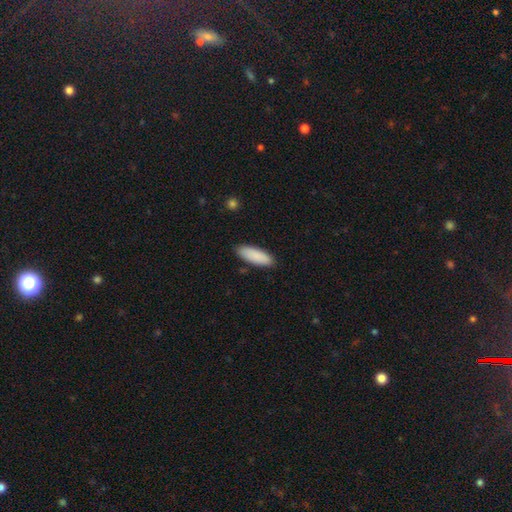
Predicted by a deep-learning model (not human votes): Smooth or featured? Predicted: smooth (p=0.89). How rounded? Predicted: in between (p=0.62). Merging? Predicted: none (p=0.88).